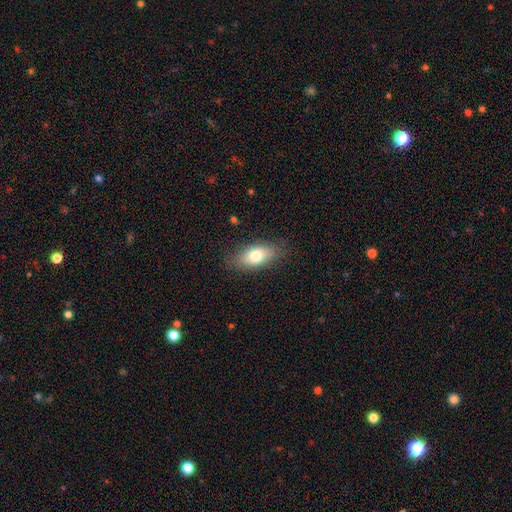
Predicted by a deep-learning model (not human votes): smooth_or_featured: smooth (p=0.77) [alt: featured or disk p=0.16]
how_rounded: in between (p=0.87) [alt: cigar-shaped p=0.08]
merging: none (p=0.82) [alt: minor disturbance p=0.13]